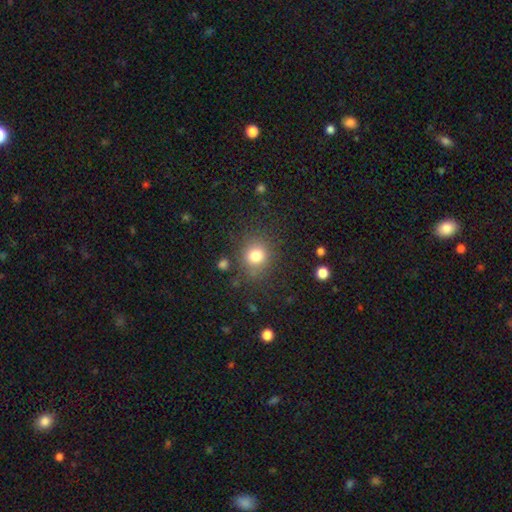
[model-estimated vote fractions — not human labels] Morphology: type=smooth (79%); roundness=round (81%); merging=none (81%).